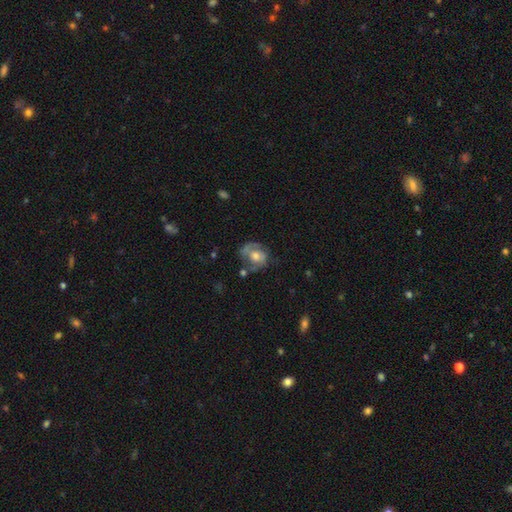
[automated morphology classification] featured or disk 57%, smooth 35%, star or artifact 8%. Down the decision tree: edge-on disk — no (96%); bar — no (73%); spiral arms — yes (62%); bulge size — moderate (56%); merging — none (49%).